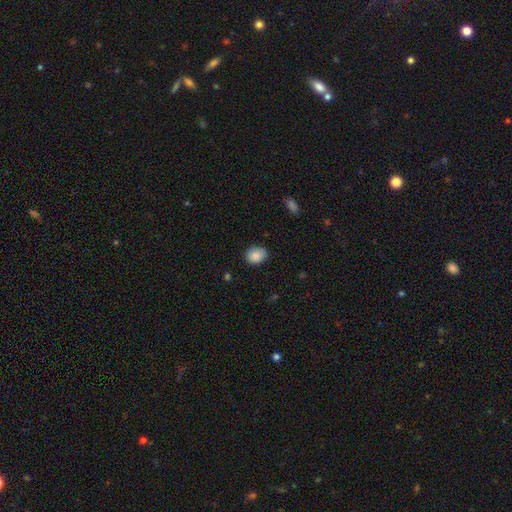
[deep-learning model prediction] Q: Smooth or featured?
A: smooth (88%); runner-up: star or artifact (8%)
Q: How rounded?
A: in between (51%); runner-up: round (48%)
Q: Merging?
A: none (78%); runner-up: minor disturbance (17%)